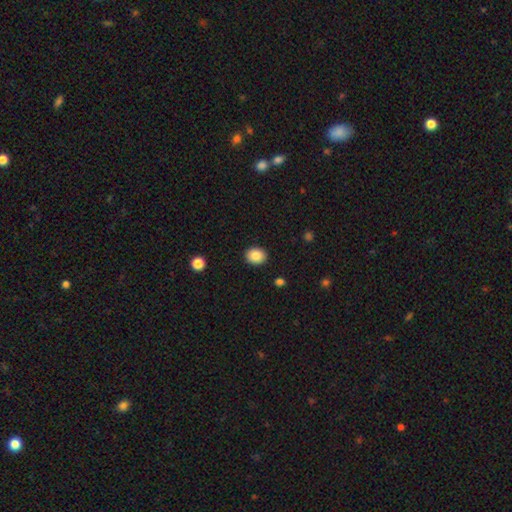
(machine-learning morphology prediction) Smooth or featured: smooth — 86% (star or artifact — 9%)
How rounded: round — 60% (in between — 39%)
Merging: none — 91% (minor disturbance — 6%)